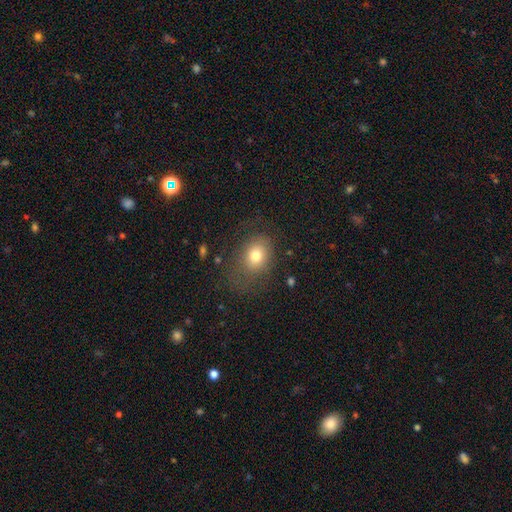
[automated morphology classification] This is likely a smooth galaxy (74%). How rounded: possibly in between (57%). Merging: likely none (65%).